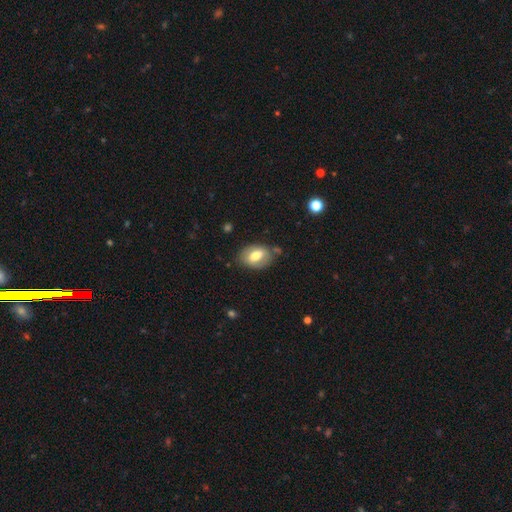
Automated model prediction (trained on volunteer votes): Overall: smooth (67%; featured or disk 27%). How rounded: in between (86%). Merging: none (73%).